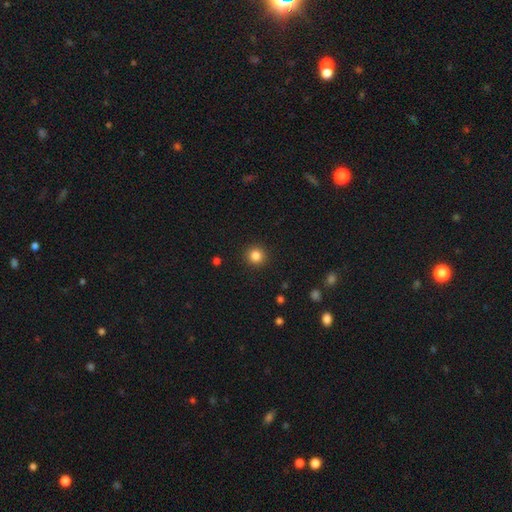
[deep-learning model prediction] This is clearly a smooth galaxy (84%). How rounded: clearly round (95%). Merging: clearly none (92%).